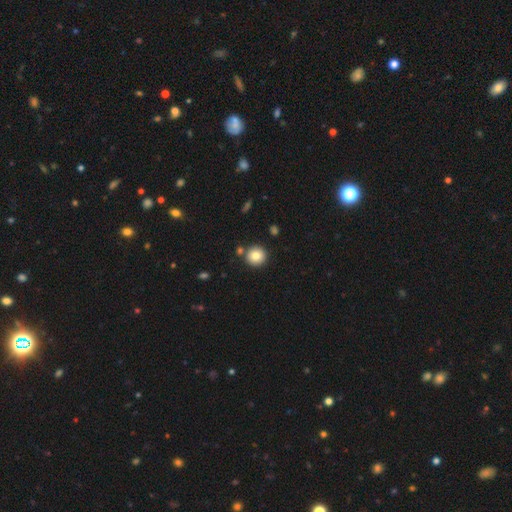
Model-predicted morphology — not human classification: Smooth or featured? Predicted: smooth (p=0.82). How rounded? Predicted: round (p=0.94). Merging? Predicted: none (p=0.84).